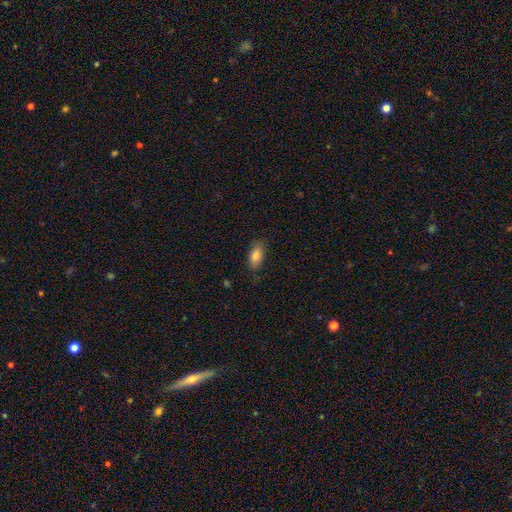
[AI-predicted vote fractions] The model was most divided on "merging": none: 80%, minor disturbance: 16%, major disturbance: 3%, merger: 1%. More confident: how rounded — in between (87%); smooth or featured — smooth (83%).